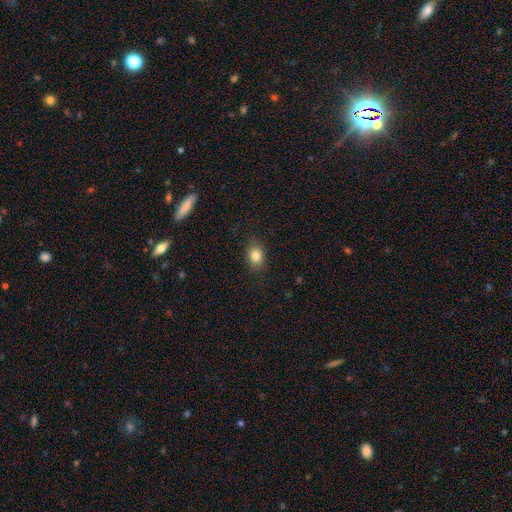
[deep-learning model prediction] smooth_or_featured: smooth (p=0.82) [alt: star or artifact p=0.10]
how_rounded: in between (p=0.68) [alt: round p=0.31]
merging: none (p=0.85) [alt: minor disturbance p=0.11]